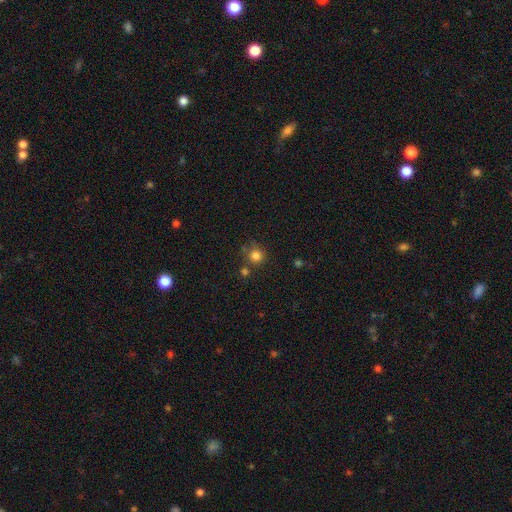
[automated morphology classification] Overall: smooth (81%). How rounded: round (92%). Merging: none (70%).